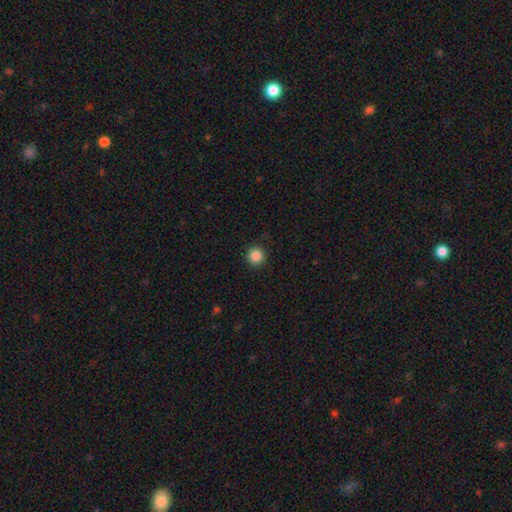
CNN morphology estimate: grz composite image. It shows a smooth galaxy with no disk features (86%) that is round (95%). Merging: none (91%).